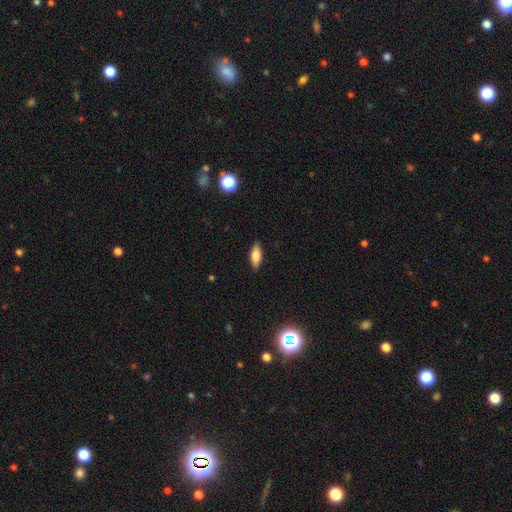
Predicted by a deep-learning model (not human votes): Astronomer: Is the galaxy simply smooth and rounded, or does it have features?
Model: smooth — 72%.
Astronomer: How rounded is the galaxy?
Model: in between — 68%.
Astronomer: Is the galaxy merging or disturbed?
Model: none — 87%.